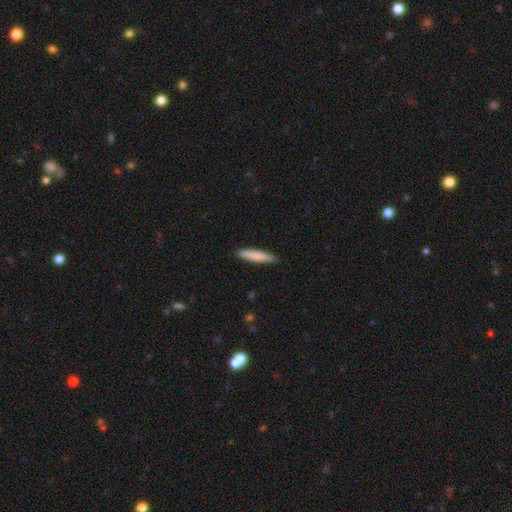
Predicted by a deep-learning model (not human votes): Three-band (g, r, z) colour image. It shows a smooth galaxy with no disk features (83%) that is cigar-shaped (89%). Merging: none (89%).